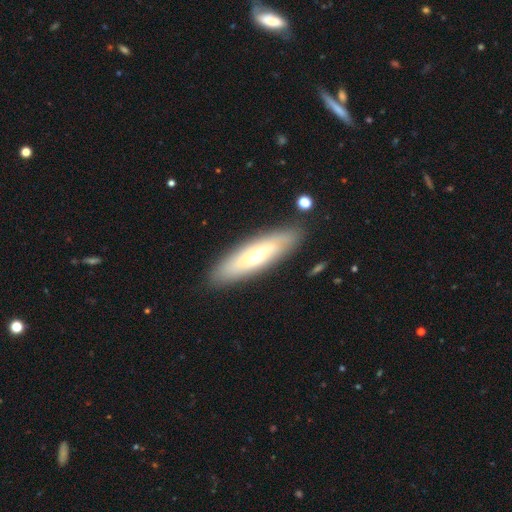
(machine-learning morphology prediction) This is possibly a smooth galaxy (53%). How rounded: possibly cigar-shaped (53%). Merging: clearly none (85%).